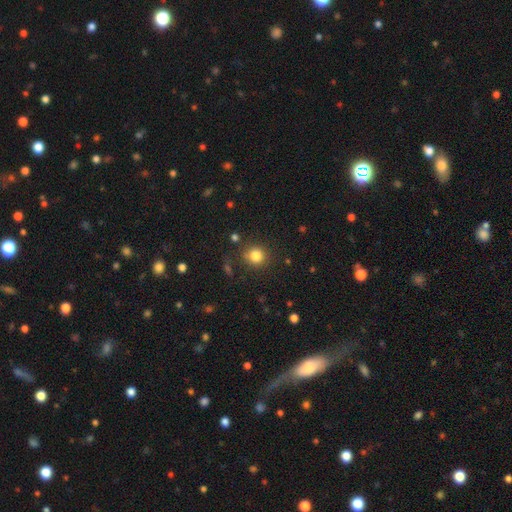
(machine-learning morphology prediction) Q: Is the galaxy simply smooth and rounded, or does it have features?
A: smooth — 82%.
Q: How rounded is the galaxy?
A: round — 88%.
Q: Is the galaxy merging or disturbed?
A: none — 81%.